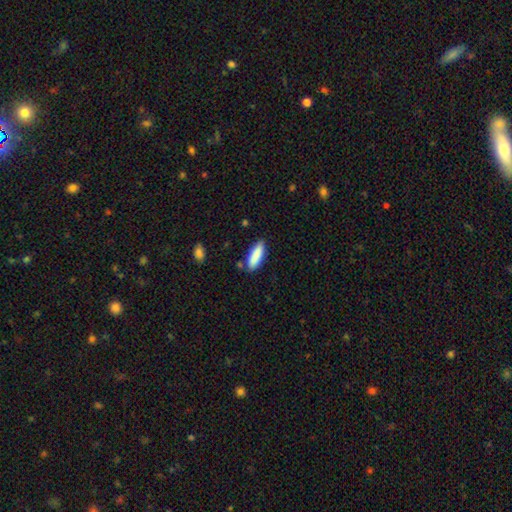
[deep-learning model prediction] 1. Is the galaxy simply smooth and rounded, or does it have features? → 87% smooth, 7% featured or disk, 6% star or artifact.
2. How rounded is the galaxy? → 57% in between, 41% cigar-shaped, 2% round.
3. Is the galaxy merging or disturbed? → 80% none, 14% minor disturbance, 3% merger, 3% major disturbance.